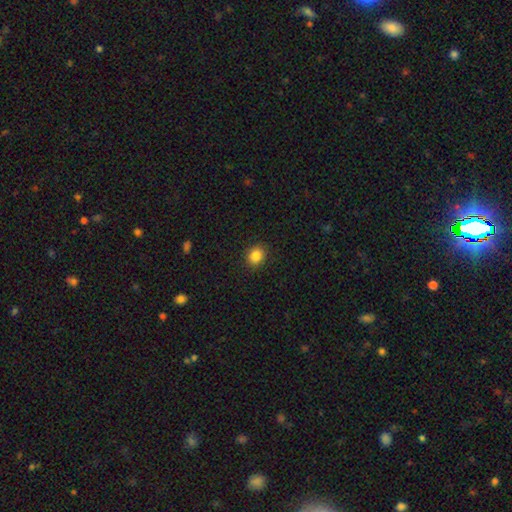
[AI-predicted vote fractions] A smooth galaxy with no disk features (86%) that is round (64%).

Vote fractions:
- Smooth or featured? smooth: 86% / star or artifact: 10% / featured or disk: 4%
- How rounded? round: 64% / in between: 35% / cigar-shaped: 1%
- Merging? none: 90% / minor disturbance: 7% / major disturbance: 2% / merger: 1%